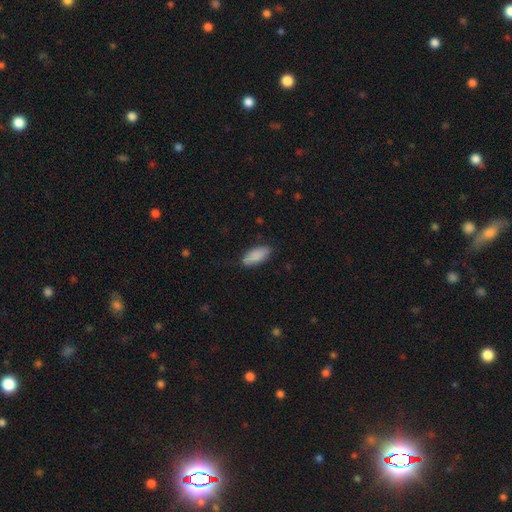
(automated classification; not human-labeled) smooth_or_featured: smooth (p=0.89) [alt: star or artifact p=0.06]
how_rounded: in between (p=0.84) [alt: cigar-shaped p=0.14]
merging: none (p=0.83) [alt: minor disturbance p=0.13]